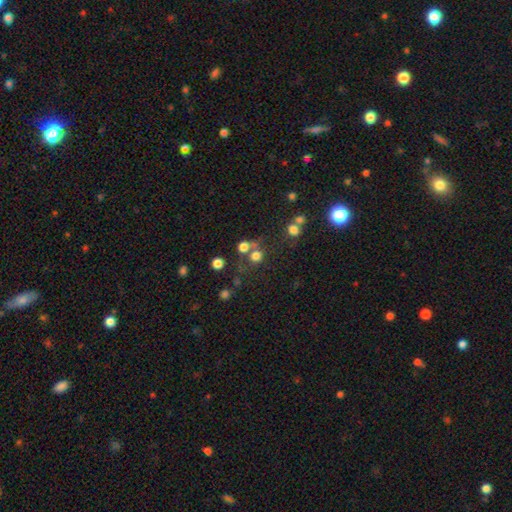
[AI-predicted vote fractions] This appears to be a smooth galaxy with no disk features (69%) that is round (89%). Merging: none (59%).